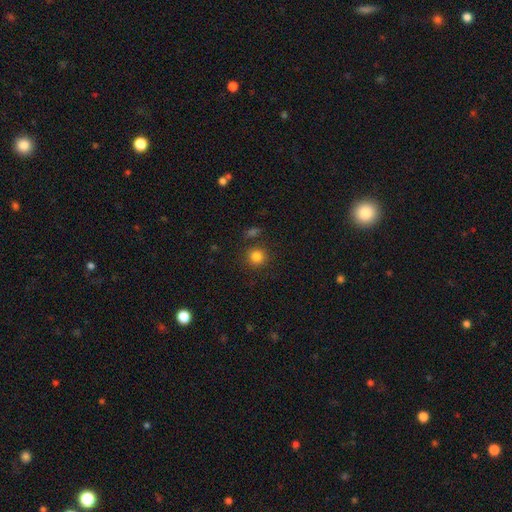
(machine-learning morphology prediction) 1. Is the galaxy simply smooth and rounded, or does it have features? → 83% smooth, 12% star or artifact, 5% featured or disk.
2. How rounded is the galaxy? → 91% round, 8% in between, 1% cigar-shaped.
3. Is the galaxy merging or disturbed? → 84% none, 8% minor disturbance, 5% merger, 3% major disturbance.